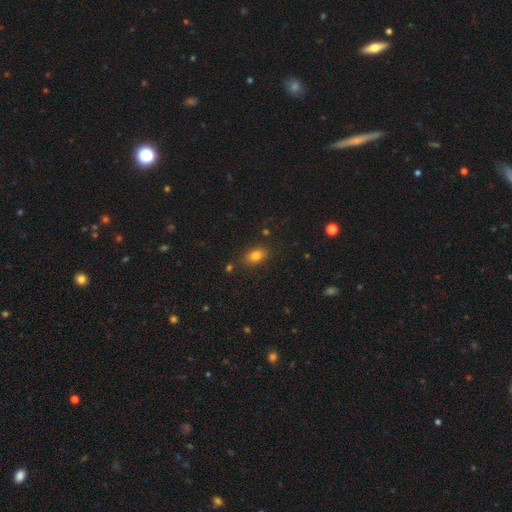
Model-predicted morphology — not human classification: smooth-or-featured: smooth: 81% | star or artifact: 11% | featured or disk: 8%
  how-rounded: in between: 82% | round: 15% | cigar-shaped: 3%
  merging: none: 83% | minor disturbance: 11% | major disturbance: 3% | merger: 3%